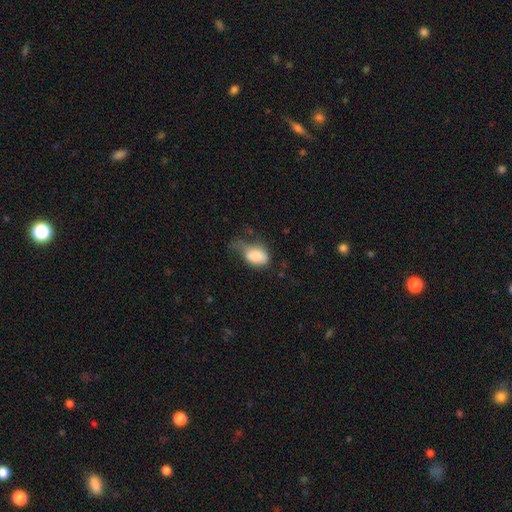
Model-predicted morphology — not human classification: This is likely a smooth galaxy (79%). How rounded: clearly in between (85%). Merging: marginally major disturbance (45%).